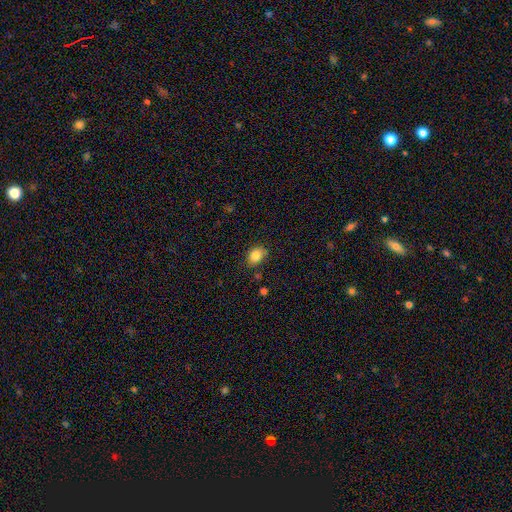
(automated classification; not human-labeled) A smooth galaxy with no disk features (84%) that is in between round and cigar-shaped (55%). Merging: none (69%).